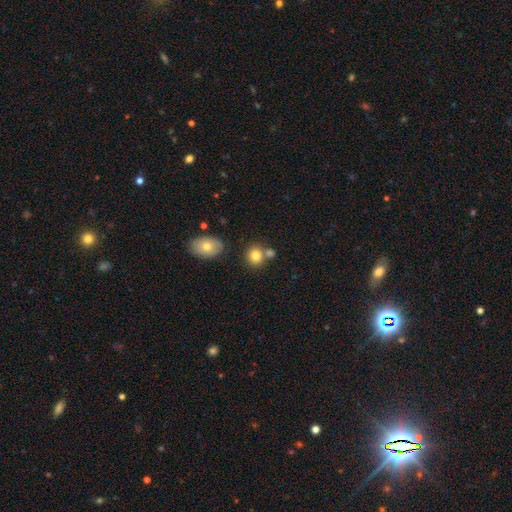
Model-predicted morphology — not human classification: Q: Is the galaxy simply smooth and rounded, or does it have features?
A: smooth — 81%.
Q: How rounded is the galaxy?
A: round — 74%.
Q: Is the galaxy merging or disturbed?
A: none — 62%.